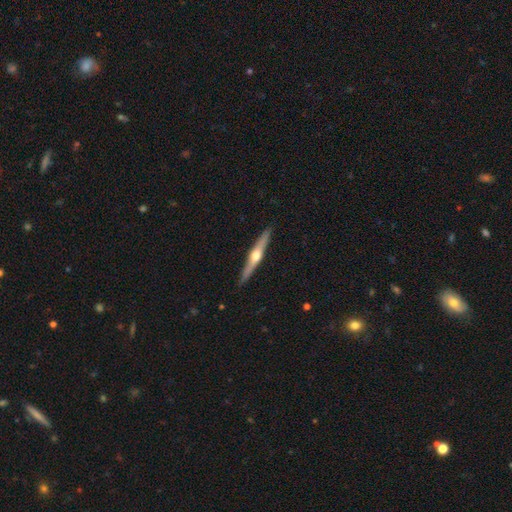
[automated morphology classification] This is likely a featured or disk galaxy (70%). It is clearly viewed edge-on (97%). Edge-on bulge: clearly rounded (94%). Merging: clearly none (91%).